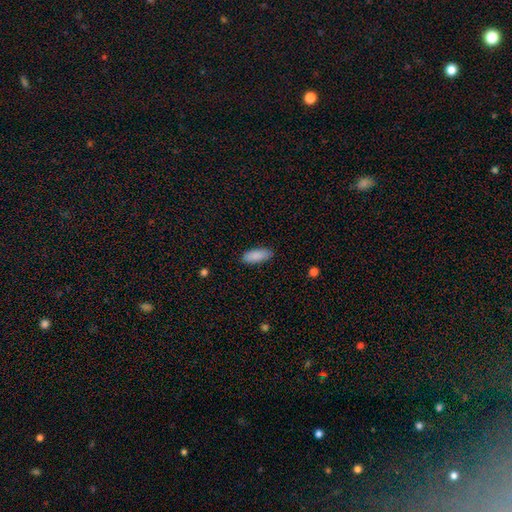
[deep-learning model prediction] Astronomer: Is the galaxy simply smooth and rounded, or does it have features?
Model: smooth — 89%.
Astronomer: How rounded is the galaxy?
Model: in between — 77%.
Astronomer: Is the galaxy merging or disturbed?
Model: none — 87%.